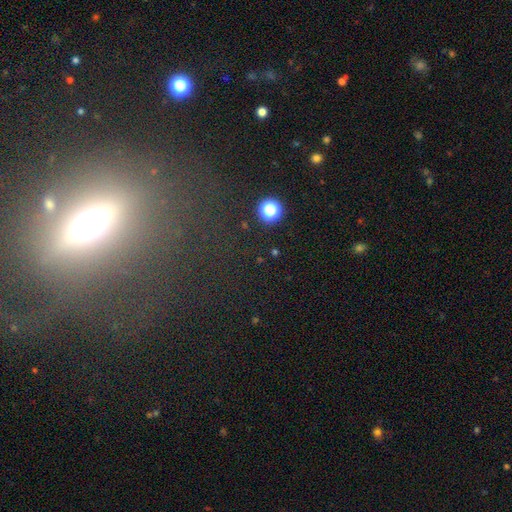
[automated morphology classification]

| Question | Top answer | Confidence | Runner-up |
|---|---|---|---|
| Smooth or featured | featured or disk | 41% | star or artifact (30%) |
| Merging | none | 75% | minor disturbance (11%) |